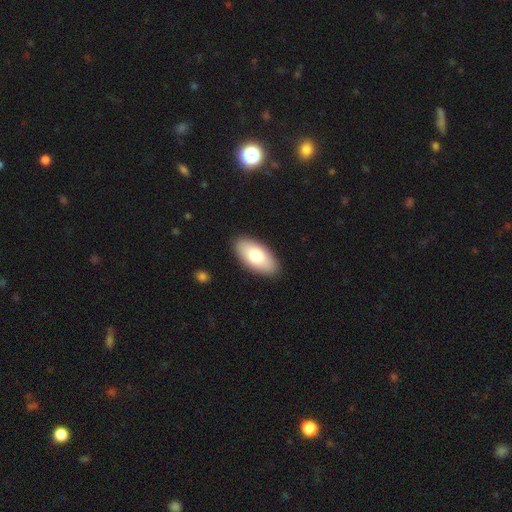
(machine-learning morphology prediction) smooth_or_featured: smooth (p=0.75) [alt: featured or disk p=0.19]
how_rounded: in between (p=0.93) [alt: cigar-shaped p=0.05]
merging: none (p=0.89) [alt: minor disturbance p=0.08]